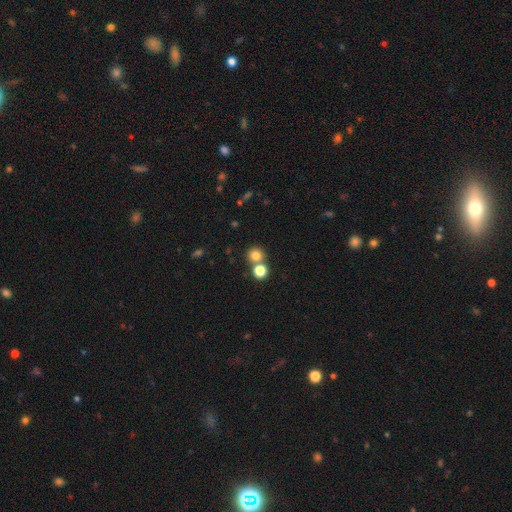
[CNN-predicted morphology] Smooth or featured: smooth — 78% (star or artifact — 15%)
How rounded: round — 89% (in between — 10%)
Merging: none — 64% (merger — 27%)